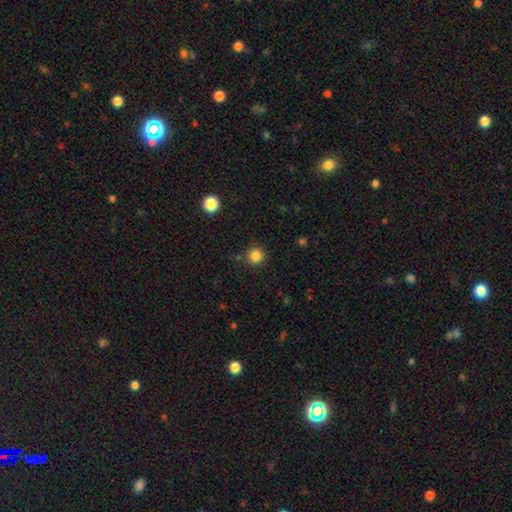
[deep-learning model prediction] Smooth or featured?
  - smooth: 84% *
  - star or artifact: 12%
  - featured or disk: 4%
How rounded?
  - round: 95% *
  - in between: 4%
  - cigar-shaped: 1%
Merging?
  - none: 88% *
  - minor disturbance: 7%
  - major disturbance: 2%
  - merger: 2%